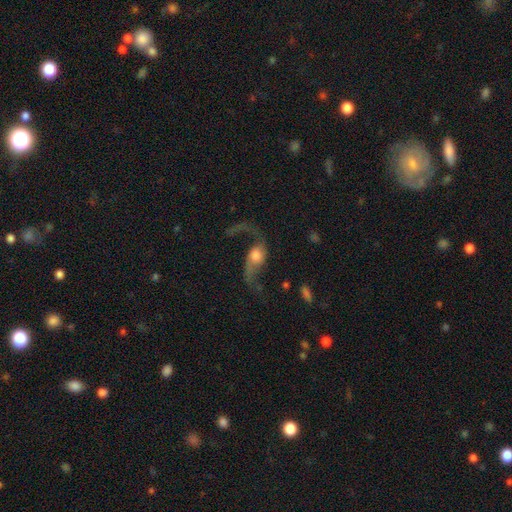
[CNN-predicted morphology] Smooth or featured? featured or disk (79%)
Edge-on disk? no (93%)
Bar? no (65%)
Spiral arms? yes (93%)
Spiral winding? loose (90%)
Spiral arm count? 2 (90%)
Bulge size? moderate (49%)
Merging? none (48%)